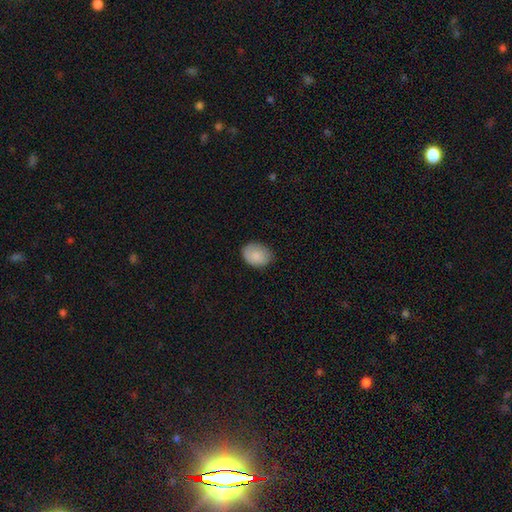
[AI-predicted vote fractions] Smooth or featured: smooth — 85% (featured or disk — 8%)
How rounded: in between — 65% (round — 34%)
Merging: none — 75% (minor disturbance — 21%)